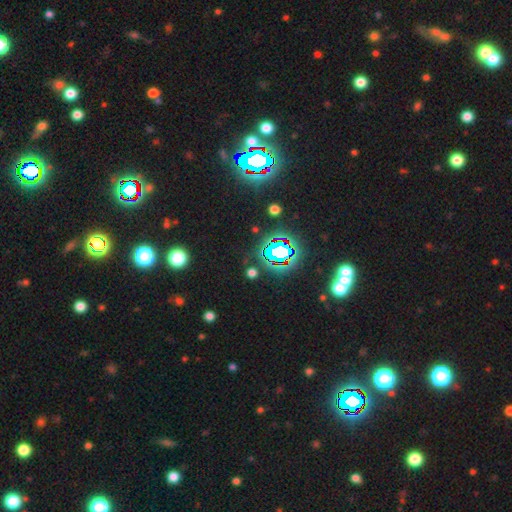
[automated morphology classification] This appears to be a star or artifact, not a galaxy (75%).